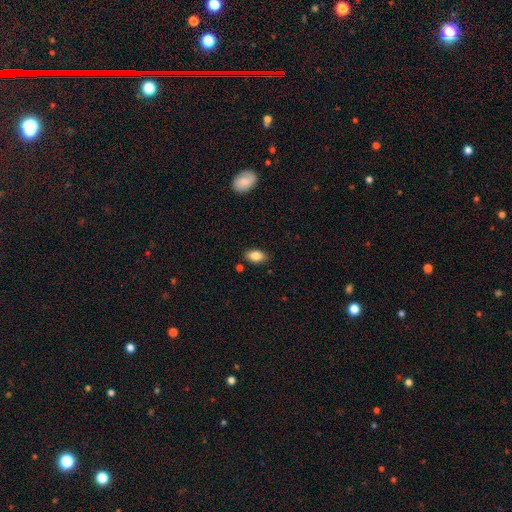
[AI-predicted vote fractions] smooth 85%, star or artifact 8%, featured or disk 8%. Down the decision tree: how rounded — in between (91%); merging — none (84%).